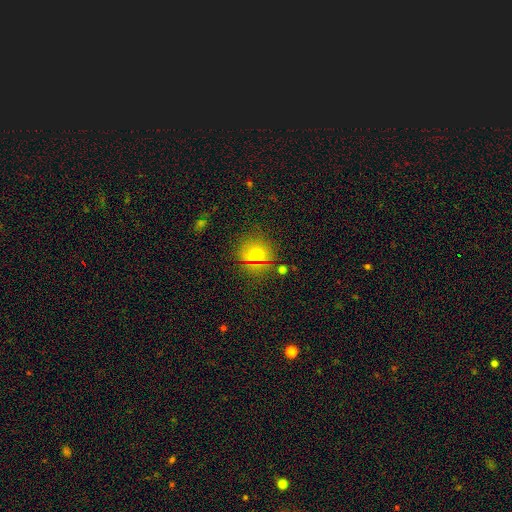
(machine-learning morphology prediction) Smooth or featured?
  - smooth: 69% *
  - star or artifact: 20%
  - featured or disk: 11%
How rounded?
  - round: 85% *
  - in between: 14%
  - cigar-shaped: 1%
Merging?
  - none: 80% *
  - minor disturbance: 12%
  - major disturbance: 5%
  - merger: 3%